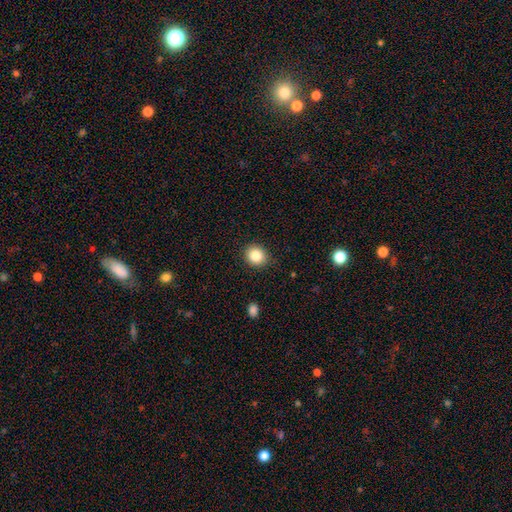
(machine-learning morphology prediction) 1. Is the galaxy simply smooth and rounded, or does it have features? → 85% smooth, 10% star or artifact, 6% featured or disk.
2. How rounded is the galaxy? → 76% round, 23% in between, 1% cigar-shaped.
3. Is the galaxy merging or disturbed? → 89% none, 8% minor disturbance, 2% major disturbance, 1% merger.